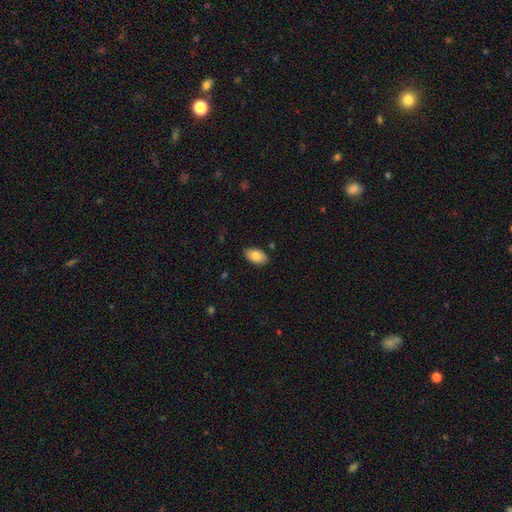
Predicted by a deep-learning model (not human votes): Q: Smooth or featured?
A: smooth (83%); runner-up: featured or disk (10%)
Q: How rounded?
A: in between (94%); runner-up: round (4%)
Q: Merging?
A: none (86%); runner-up: minor disturbance (11%)